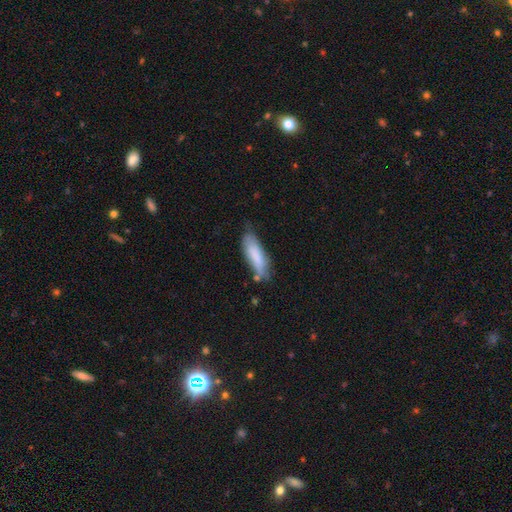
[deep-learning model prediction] A smooth galaxy with no disk features (77%) that is cigar-shaped (50%). Merging: none (55%).